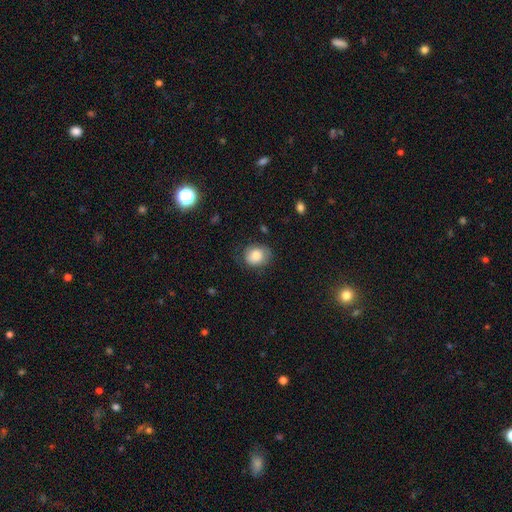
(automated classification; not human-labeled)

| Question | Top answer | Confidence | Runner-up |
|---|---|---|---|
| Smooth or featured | smooth | 79% | featured or disk (13%) |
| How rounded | round | 64% | in between (35%) |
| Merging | none | 68% | minor disturbance (23%) |